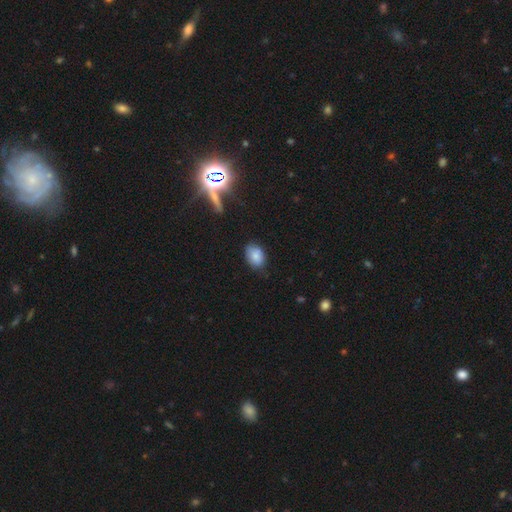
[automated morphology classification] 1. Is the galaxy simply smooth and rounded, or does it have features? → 81% smooth, 10% star or artifact, 9% featured or disk.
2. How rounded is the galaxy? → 83% in between, 16% round, 1% cigar-shaped.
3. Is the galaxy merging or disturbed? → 75% none, 20% minor disturbance, 4% major disturbance, 2% merger.